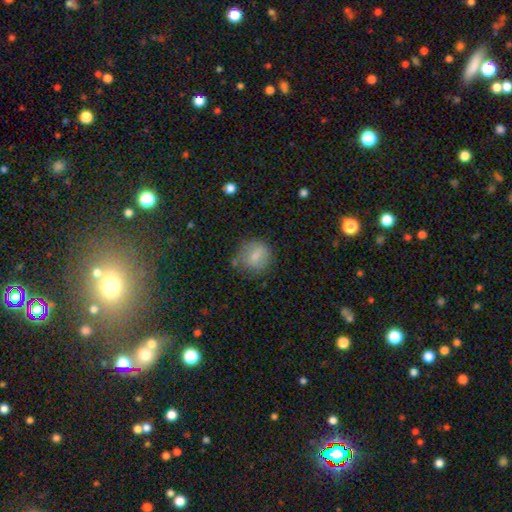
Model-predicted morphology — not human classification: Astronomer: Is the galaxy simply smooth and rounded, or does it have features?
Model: smooth — 73%.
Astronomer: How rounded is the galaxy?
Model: round — 76%.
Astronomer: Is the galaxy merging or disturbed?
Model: none — 59%.